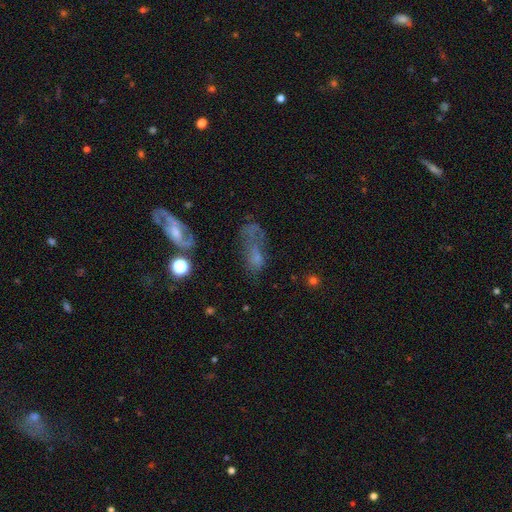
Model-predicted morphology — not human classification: A smooth galaxy with no disk features (41%).

Vote fractions:
- Smooth or featured? smooth: 41% / featured or disk: 40% / star or artifact: 20%
- Merging? major disturbance: 34% / none: 30% / minor disturbance: 19% / merger: 18%